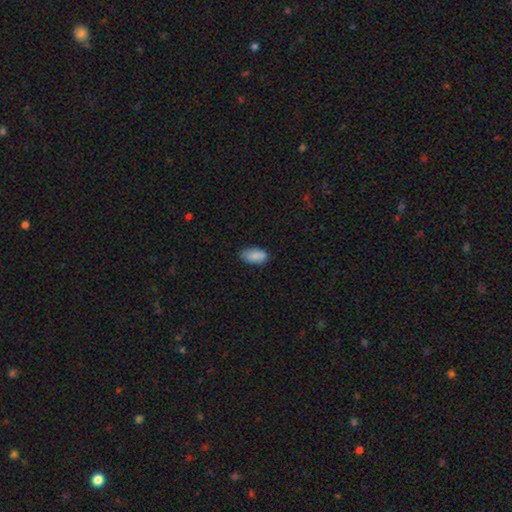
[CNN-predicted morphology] This appears to be a smooth galaxy with no disk features (83%) that is in between round and cigar-shaped (93%). Merging: none (72%).